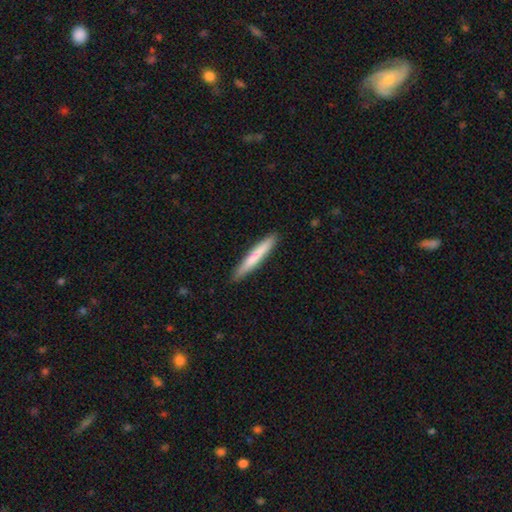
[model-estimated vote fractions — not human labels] A smooth galaxy with no disk features (72%) that is cigar-shaped (96%). Merging: none (90%).